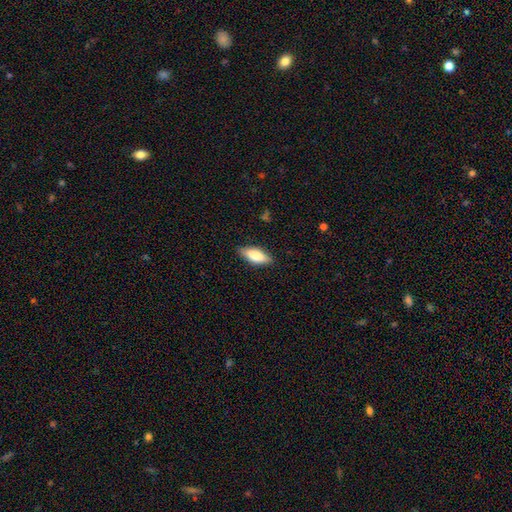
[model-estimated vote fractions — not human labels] Overall: smooth (78%). How rounded: in between (75%). Merging: none (86%).